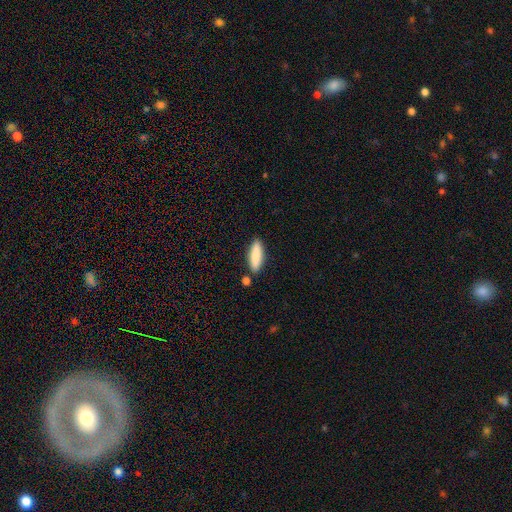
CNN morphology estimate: Q: Smooth or featured?
A: smooth (84%); runner-up: featured or disk (11%)
Q: How rounded?
A: cigar-shaped (56%); runner-up: in between (43%)
Q: Merging?
A: none (83%); runner-up: minor disturbance (10%)